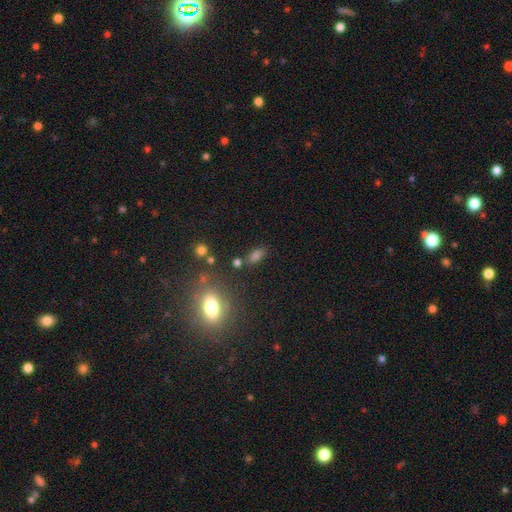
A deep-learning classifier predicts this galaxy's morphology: A smooth galaxy with no disk features (71%) that is in between round and cigar-shaped (77%). Merging: none (72%).